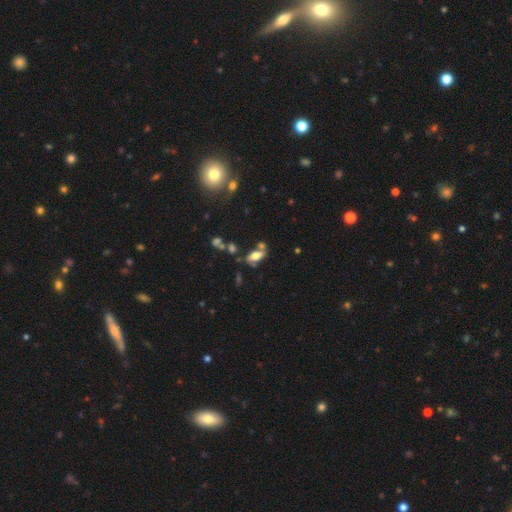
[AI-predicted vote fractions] Smooth or featured? Predicted: smooth (p=0.50). How rounded? Predicted: in between (p=0.83). Merging? Predicted: none (p=0.52).